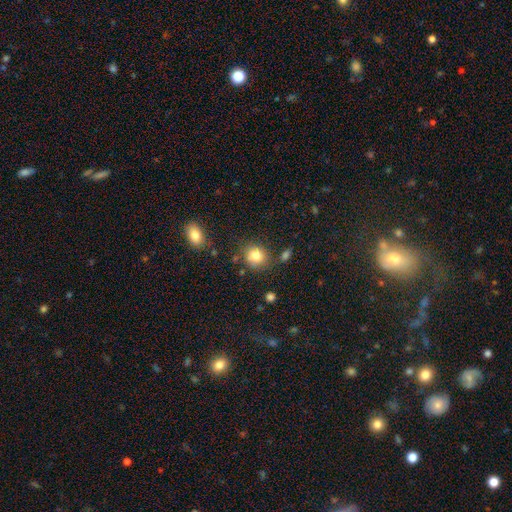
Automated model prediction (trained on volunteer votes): A smooth galaxy with no disk features (81%) that is round (76%). Merging: none (74%).